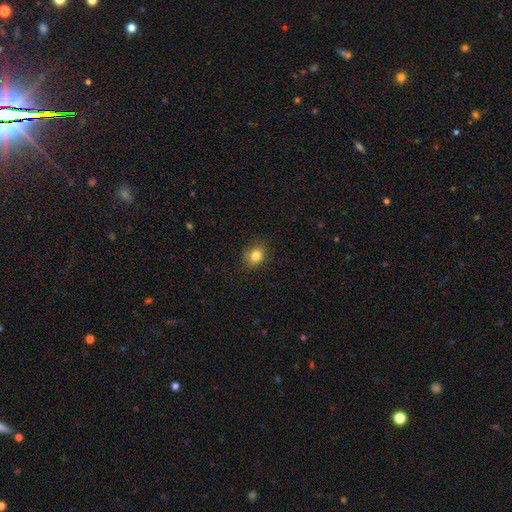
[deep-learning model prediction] Morphology: type=smooth (83%); roundness=round (63%); merging=none (85%).